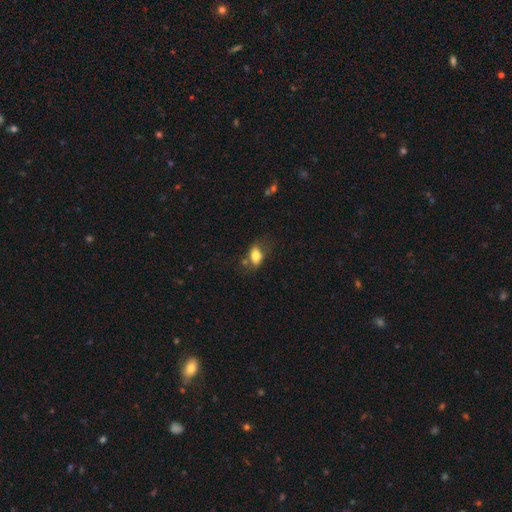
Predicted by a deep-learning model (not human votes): This is likely a smooth galaxy (77%). How rounded: clearly in between (84%). Merging: possibly none (56%).